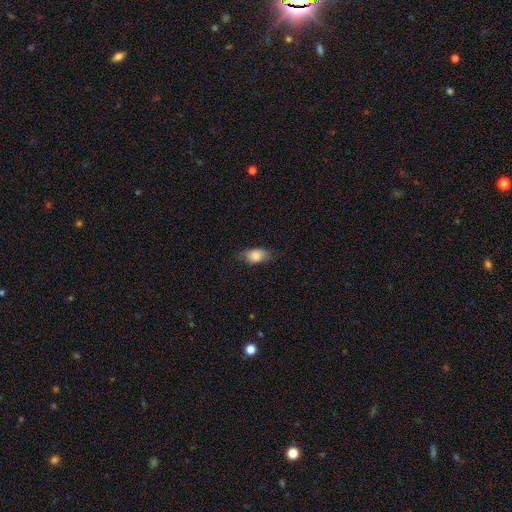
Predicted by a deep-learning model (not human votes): This appears to be a smooth galaxy with no disk features (82%) that is in between round and cigar-shaped (85%). Merging: none (71%).